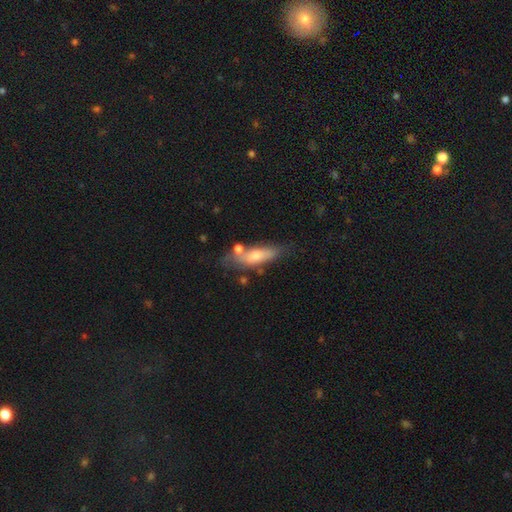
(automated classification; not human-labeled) Overall: smooth (67%). How rounded: in between (54%; cigar-shaped 43%). Merging: none (49%; minor disturbance 25%).